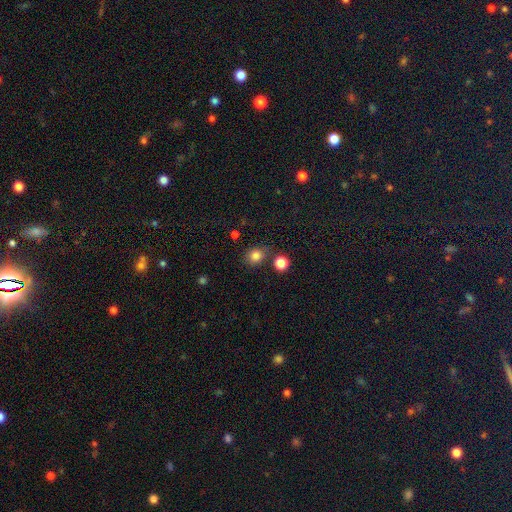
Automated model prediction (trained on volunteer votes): Smooth or featured? smooth (82%)
How rounded? round (73%)
Merging? none (76%)